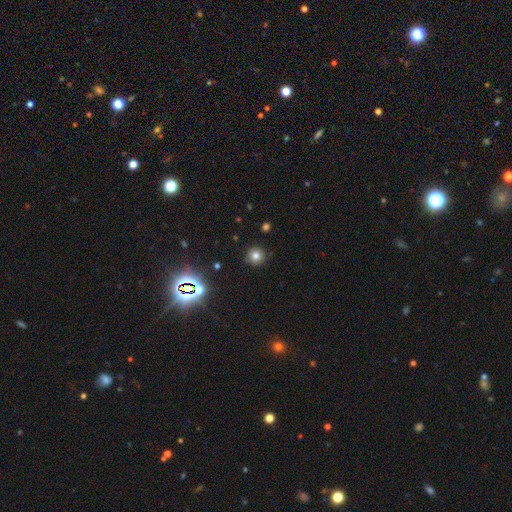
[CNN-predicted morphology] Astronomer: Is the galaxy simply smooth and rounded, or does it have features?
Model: smooth — 74%.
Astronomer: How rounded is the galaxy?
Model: round — 95%.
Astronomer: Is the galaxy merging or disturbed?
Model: none — 89%.